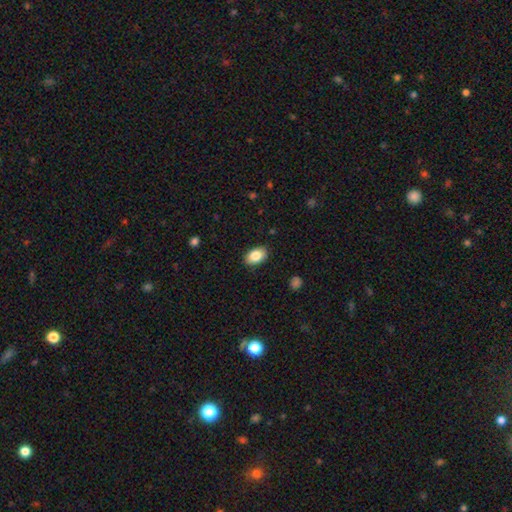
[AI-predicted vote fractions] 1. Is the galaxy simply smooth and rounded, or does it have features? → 85% smooth, 8% star or artifact, 7% featured or disk.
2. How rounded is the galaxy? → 89% in between, 10% round, 1% cigar-shaped.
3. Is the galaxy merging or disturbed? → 87% none, 9% minor disturbance, 2% major disturbance, 1% merger.